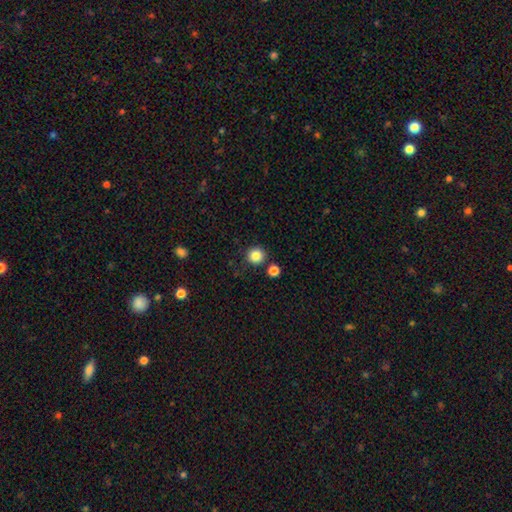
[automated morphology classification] A smooth galaxy with no disk features (85%) that is round (94%).

Vote fractions:
- Smooth or featured? smooth: 85% / star or artifact: 11% / featured or disk: 4%
- How rounded? round: 94% / in between: 5% / cigar-shaped: 1%
- Merging? none: 85% / minor disturbance: 7% / merger: 5% / major disturbance: 2%